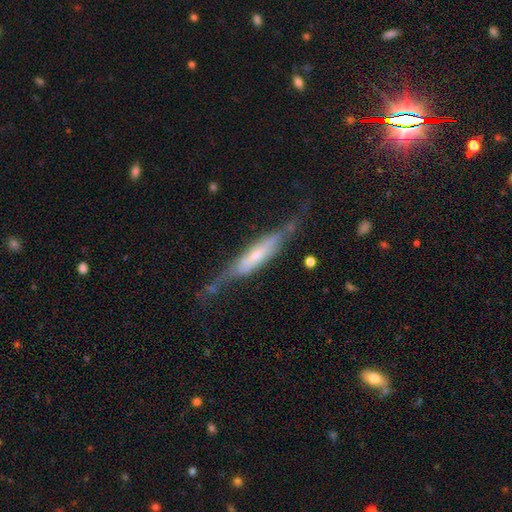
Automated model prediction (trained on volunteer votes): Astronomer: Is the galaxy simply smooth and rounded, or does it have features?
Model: featured or disk — 70%.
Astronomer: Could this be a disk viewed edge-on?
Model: yes — 75%.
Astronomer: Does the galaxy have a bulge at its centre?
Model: rounded — 46% (runner-up: none, 28%).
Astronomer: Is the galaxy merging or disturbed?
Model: none — 56%.